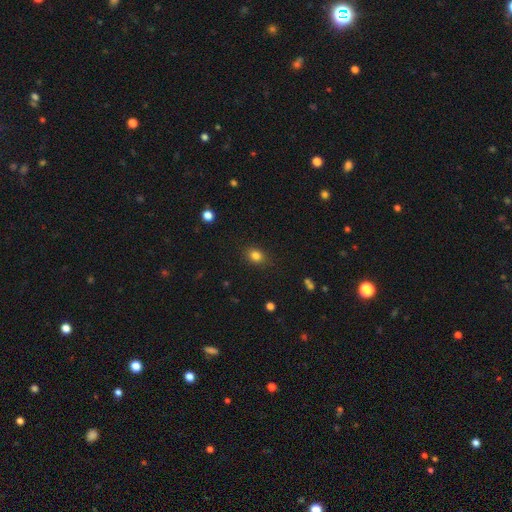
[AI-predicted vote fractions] smooth 82%, star or artifact 12%, featured or disk 5%. Down the decision tree: how rounded — round (54%); merging — none (85%).